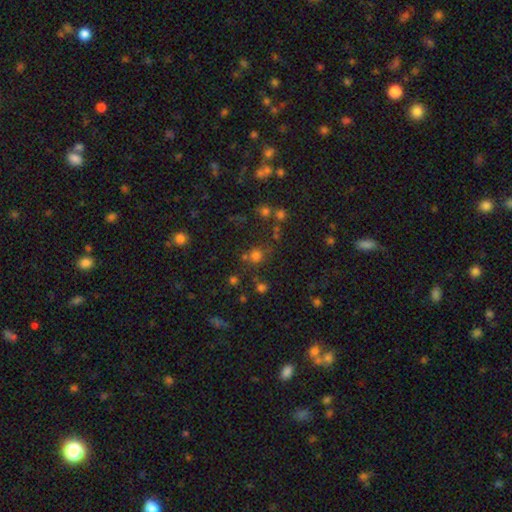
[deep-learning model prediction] Smooth or featured: smooth — 66% (star or artifact — 26%)
How rounded: round — 85% (in between — 14%)
Merging: none — 66% (merger — 16%)